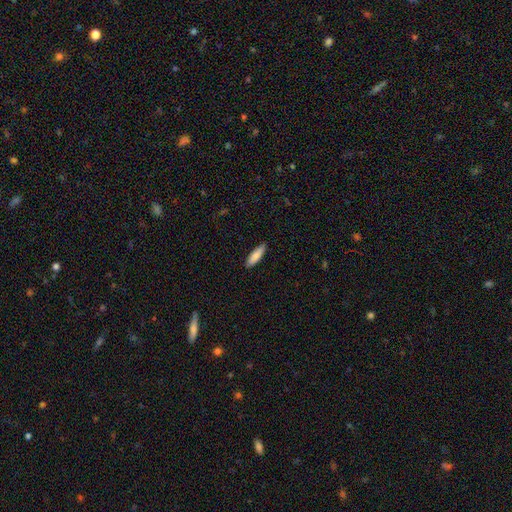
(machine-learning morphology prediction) Smooth or featured? smooth (85%)
How rounded? cigar-shaped (62%)
Merging? none (88%)